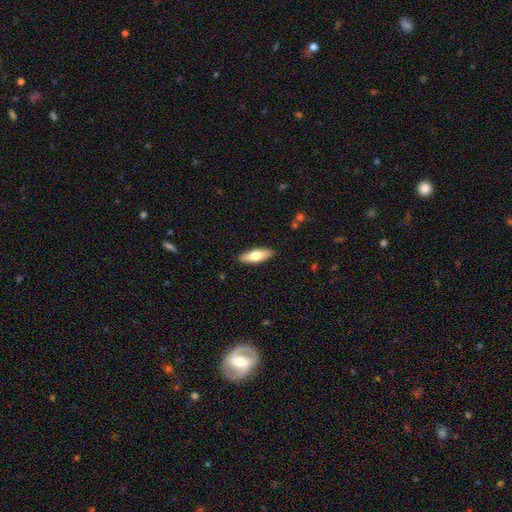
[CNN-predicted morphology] Smooth or featured?
  - smooth: 67% *
  - featured or disk: 28%
  - star or artifact: 6%
How rounded?
  - in between: 58% *
  - cigar-shaped: 40%
  - round: 2%
Merging?
  - none: 89% *
  - minor disturbance: 8%
  - major disturbance: 2%
  - merger: 1%